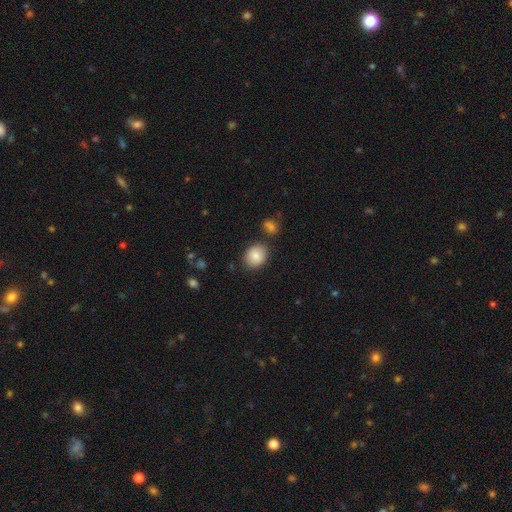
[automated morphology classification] This appears to be a smooth galaxy with no disk features (85%) that is round (60%). Merging: none (79%).